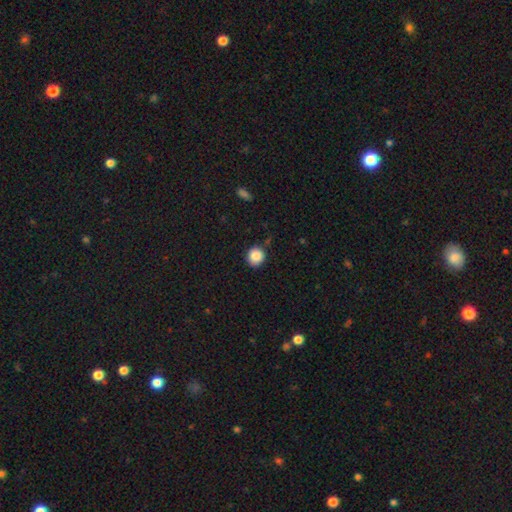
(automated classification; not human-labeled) smooth-or-featured: smooth: 87% | star or artifact: 9% | featured or disk: 4%
  how-rounded: round: 90% | in between: 9% | cigar-shaped: 1%
  merging: none: 85% | minor disturbance: 11% | major disturbance: 2% | merger: 2%